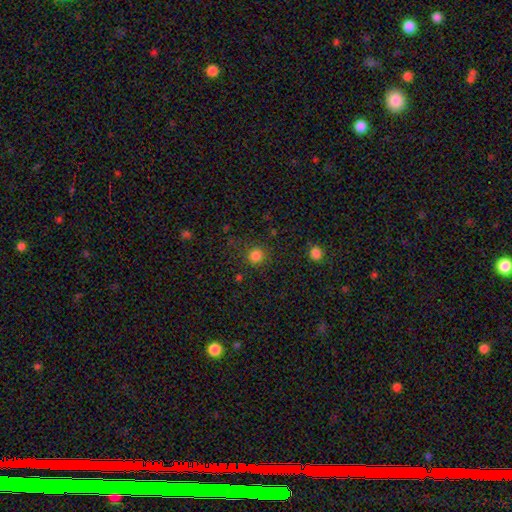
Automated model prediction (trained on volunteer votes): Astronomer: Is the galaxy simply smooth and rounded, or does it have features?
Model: smooth — 82%.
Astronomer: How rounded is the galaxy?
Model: round — 93%.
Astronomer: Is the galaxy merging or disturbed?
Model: none — 86%.